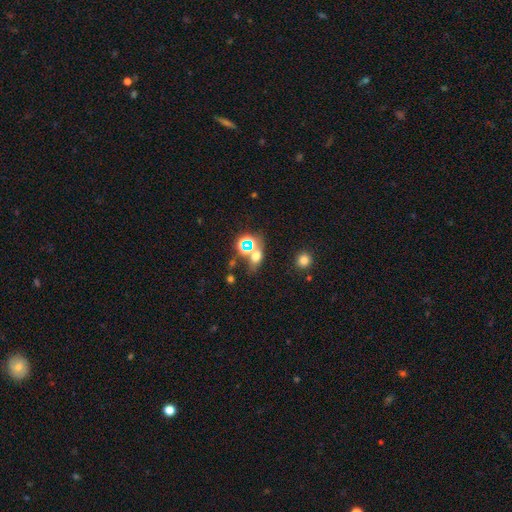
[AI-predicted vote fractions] Smooth or featured? smooth (48%)
Merging? none (55%)